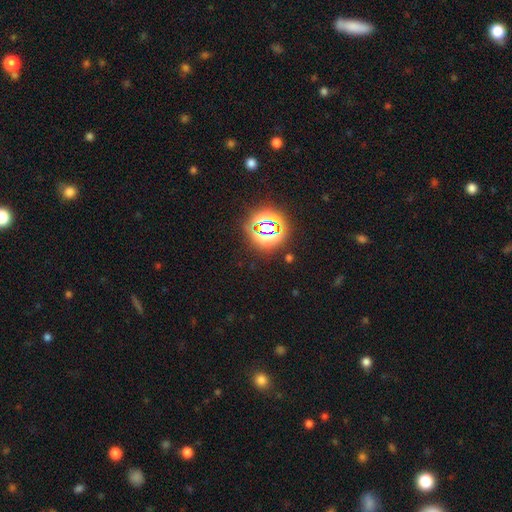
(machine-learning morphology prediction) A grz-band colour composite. It shows a star or artifact, not a galaxy (82%).